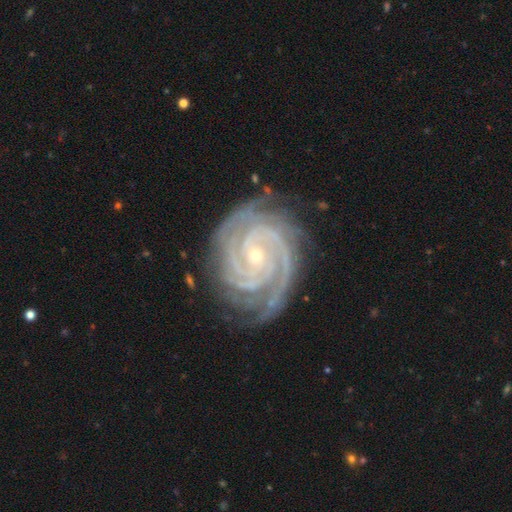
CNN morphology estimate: Smooth or featured?
  - featured or disk: 93% *
  - star or artifact: 5%
  - smooth: 2%
Edge-on disk?
  - no: 98% *
  - yes: 2%
Bar?
  - no: 64% *
  - weak: 24%
  - strong: 12%
Spiral arms?
  - yes: 99% *
  - no: 1%
Spiral winding?
  - tight: 84% *
  - medium: 15%
  - loose: 2%
Spiral arm count?
  - 3: 29% *
  - 2: 23%
  - 4: 21%
  - can't tell: 11%
  - more than 4: 9%
  - 1: 7%
Bulge size?
  - small: 75% *
  - moderate: 22%
  - none: 1%
  - large: 1%
  - dominant: 1%
Merging?
  - none: 77% *
  - minor disturbance: 17%
  - major disturbance: 4%
  - merger: 1%